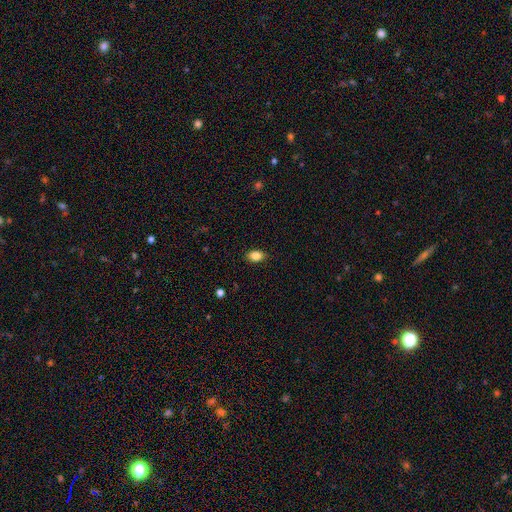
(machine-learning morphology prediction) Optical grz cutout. It shows a smooth galaxy with no disk features (85%) that is in between round and cigar-shaped (83%). Merging: none (87%).